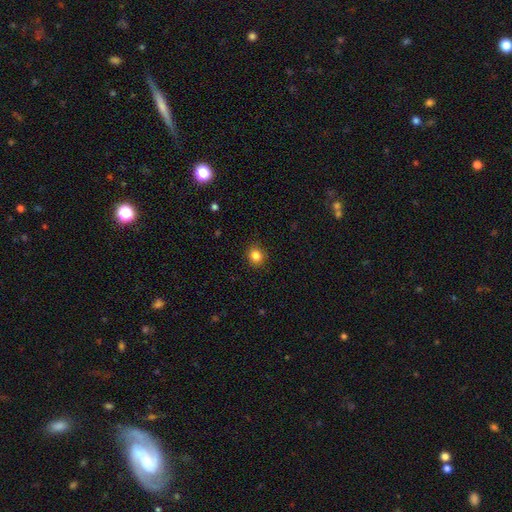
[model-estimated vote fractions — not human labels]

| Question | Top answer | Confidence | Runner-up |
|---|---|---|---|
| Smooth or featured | smooth | 85% | star or artifact (11%) |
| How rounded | round | 84% | in between (15%) |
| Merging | none | 90% | minor disturbance (7%) |